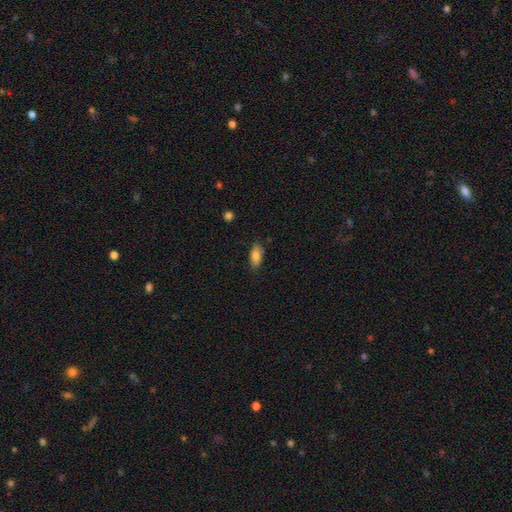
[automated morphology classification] Smooth or featured: smooth — 82% (featured or disk — 10%)
How rounded: in between — 89% (cigar-shaped — 8%)
Merging: none — 80% (minor disturbance — 16%)